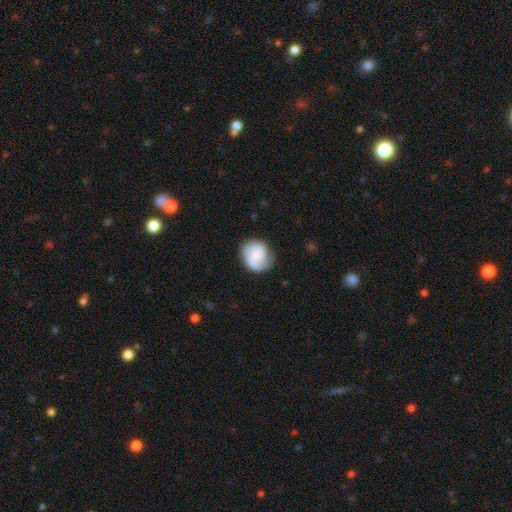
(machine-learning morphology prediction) This is likely a featured or disk galaxy (67%). It is clearly not viewed edge-on (98%). Bar: likely no (66%). Spiral arm pattern: clearly yes (95%). Spiral arm count: likely 2 (68%). Spiral winding: marginally medium (44%). Central bulge: possibly small (51%). Merging: likely none (78%).